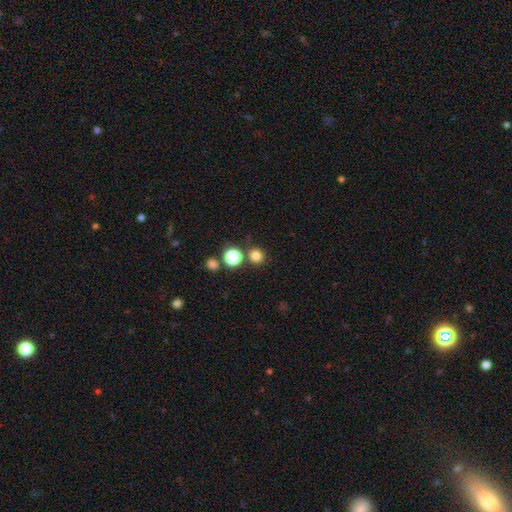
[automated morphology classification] Smooth or featured: smooth — 79% (star or artifact — 17%)
How rounded: round — 93% (in between — 6%)
Merging: none — 82% (merger — 9%)